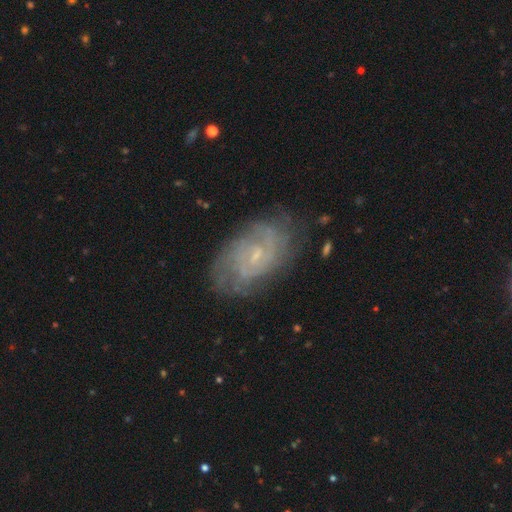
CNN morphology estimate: Smooth or featured?
  - featured or disk: 77% *
  - smooth: 15%
  - star or artifact: 8%
Edge-on disk?
  - no: 96% *
  - yes: 4%
Bar?
  - no: 52% *
  - weak: 42%
  - strong: 6%
Spiral arms?
  - yes: 90% *
  - no: 10%
Spiral winding?
  - tight: 54% *
  - medium: 34%
  - loose: 11%
Spiral arm count?
  - can't tell: 40% *
  - 2: 33%
  - 3: 11%
  - 4: 6%
  - 1: 5%
  - more than 4: 5%
Bulge size?
  - small: 73% *
  - moderate: 19%
  - none: 7%
  - large: 1%
  - dominant: 1%
Merging?
  - none: 74% *
  - minor disturbance: 18%
  - major disturbance: 7%
  - merger: 2%